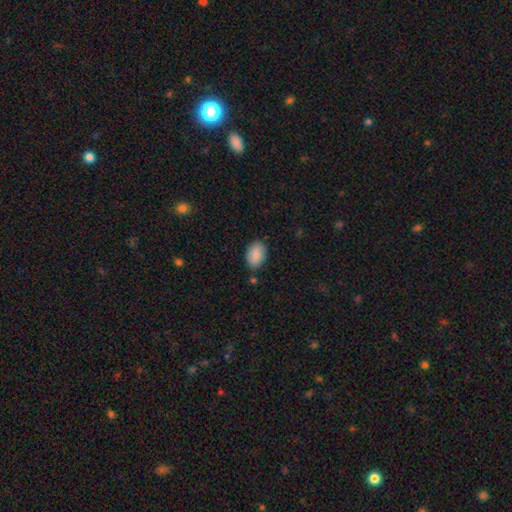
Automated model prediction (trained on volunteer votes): Morphology: type=smooth (89%); roundness=in between (88%); merging=none (83%).